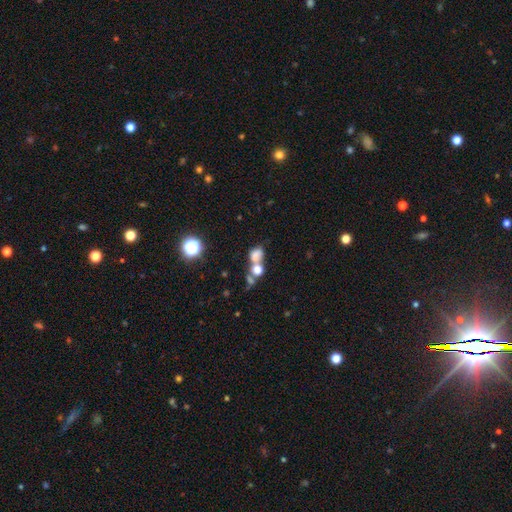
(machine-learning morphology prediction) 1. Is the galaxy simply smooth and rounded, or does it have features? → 68% smooth, 17% star or artifact, 15% featured or disk.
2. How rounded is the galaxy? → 52% in between, 45% round, 3% cigar-shaped.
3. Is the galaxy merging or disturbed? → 57% merger, 24% none, 9% major disturbance, 9% minor disturbance.